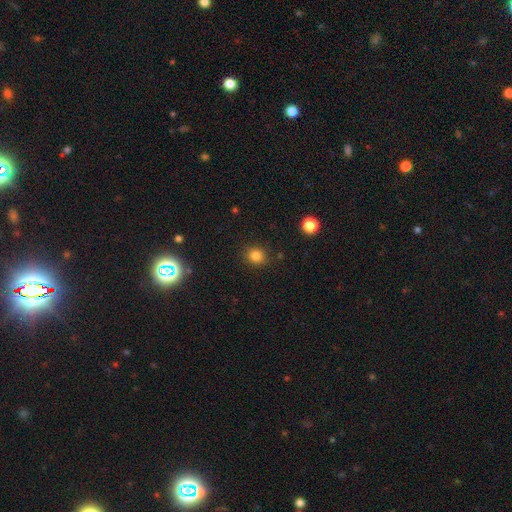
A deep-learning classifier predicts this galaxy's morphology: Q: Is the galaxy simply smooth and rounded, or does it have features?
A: smooth — 83%.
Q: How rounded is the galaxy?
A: round — 80%.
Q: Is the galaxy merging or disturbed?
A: none — 87%.